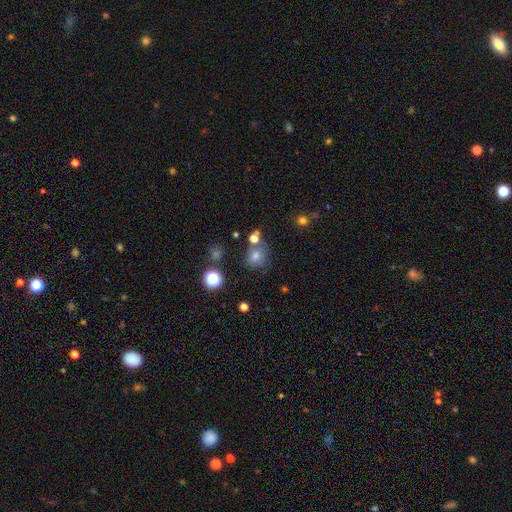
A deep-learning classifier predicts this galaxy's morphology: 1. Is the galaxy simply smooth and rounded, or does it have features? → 64% smooth, 23% star or artifact, 13% featured or disk.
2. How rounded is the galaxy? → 78% round, 21% in between, 1% cigar-shaped.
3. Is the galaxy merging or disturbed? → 64% none, 16% minor disturbance, 13% merger, 7% major disturbance.